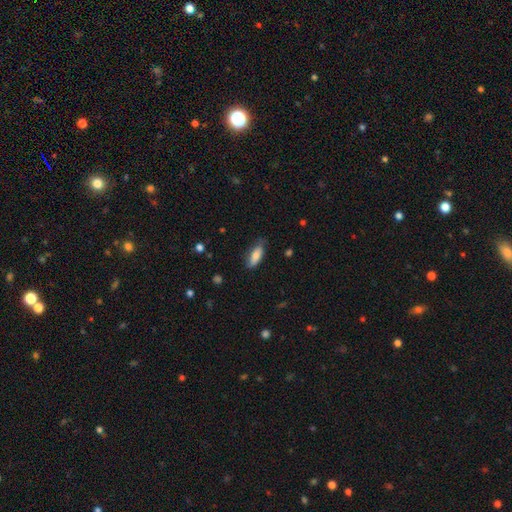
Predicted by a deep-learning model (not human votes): Q: Smooth or featured?
A: smooth (78%); runner-up: featured or disk (16%)
Q: How rounded?
A: in between (67%); runner-up: cigar-shaped (31%)
Q: Merging?
A: none (71%); runner-up: minor disturbance (23%)